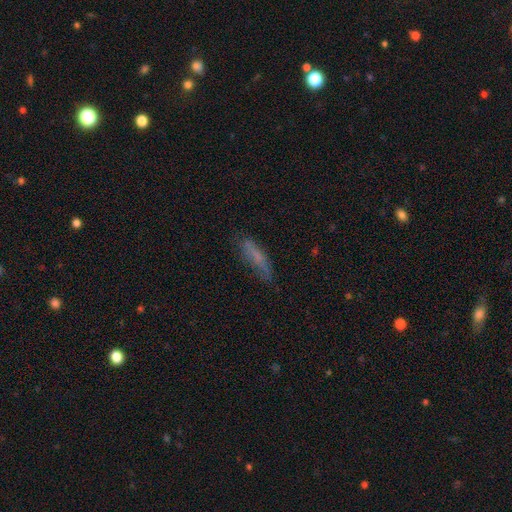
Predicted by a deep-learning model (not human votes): smooth-or-featured: smooth: 64% | featured or disk: 26% | star or artifact: 10%
  how-rounded: cigar-shaped: 74% | in between: 24% | round: 2%
  merging: none: 68% | minor disturbance: 23% | major disturbance: 7% | merger: 2%